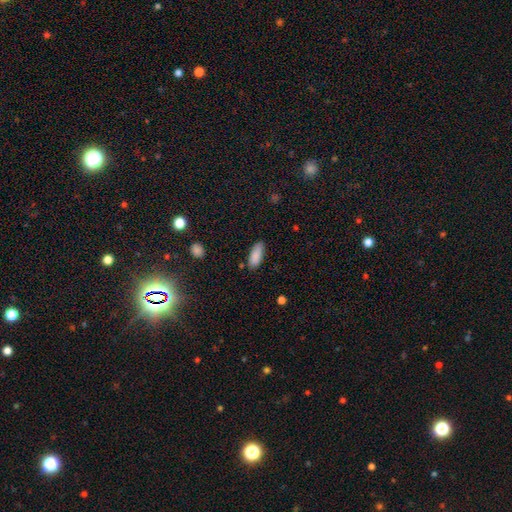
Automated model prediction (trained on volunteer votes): smooth_or_featured: smooth (p=0.88) [alt: star or artifact p=0.07]
how_rounded: in between (p=0.77) [alt: cigar-shaped p=0.21]
merging: none (p=0.78) [alt: minor disturbance p=0.16]